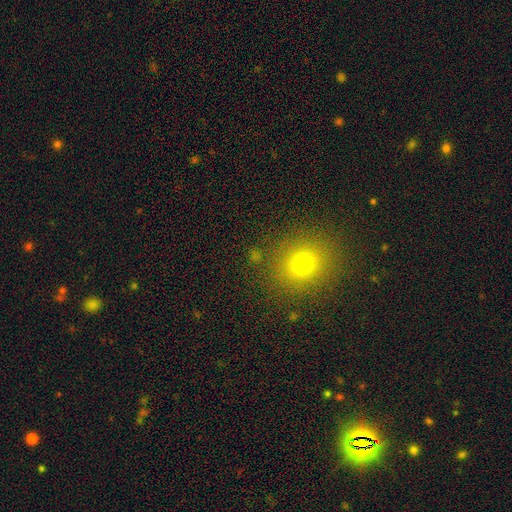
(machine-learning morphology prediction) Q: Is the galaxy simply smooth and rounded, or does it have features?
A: smooth — 65%.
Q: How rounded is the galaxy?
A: round — 78%.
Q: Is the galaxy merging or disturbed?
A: none — 84%.